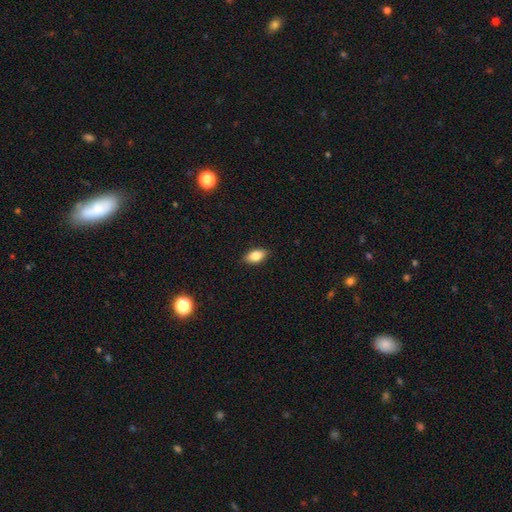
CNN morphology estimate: smooth_or_featured: smooth (p=0.83) [alt: featured or disk p=0.09]
how_rounded: in between (p=0.91) [alt: round p=0.06]
merging: none (p=0.89) [alt: minor disturbance p=0.09]